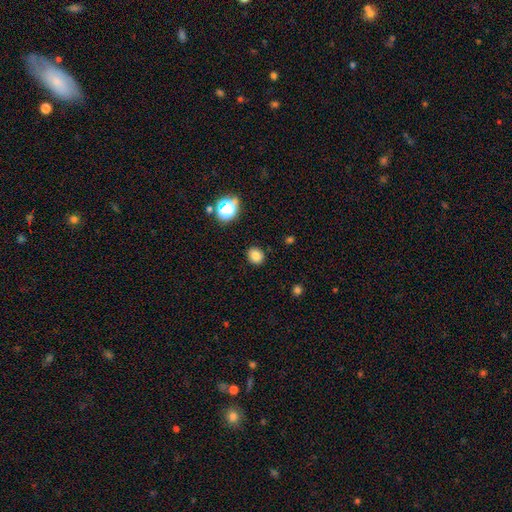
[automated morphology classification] A smooth galaxy with no disk features (81%) that is round (71%).

Vote fractions:
- Smooth or featured? smooth: 81% / star or artifact: 14% / featured or disk: 5%
- How rounded? round: 71% / in between: 28% / cigar-shaped: 1%
- Merging? none: 89% / minor disturbance: 8% / major disturbance: 2% / merger: 1%